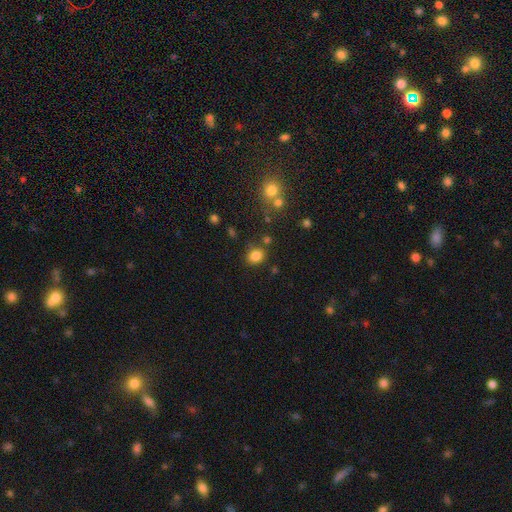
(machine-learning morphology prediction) The model was most divided on "how rounded": round: 51%, in between: 48%, cigar-shaped: 1%. More confident: smooth or featured — smooth (83%); merging — none (77%).